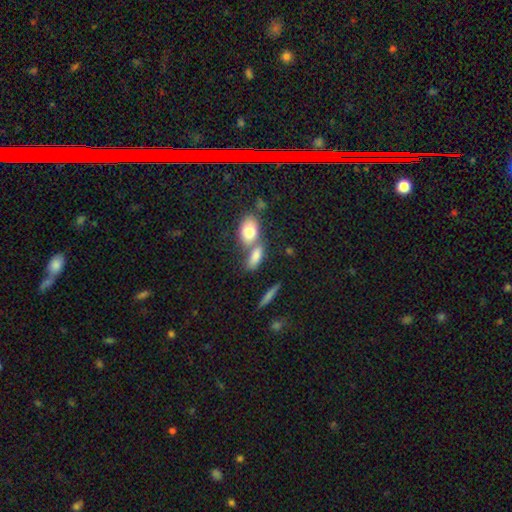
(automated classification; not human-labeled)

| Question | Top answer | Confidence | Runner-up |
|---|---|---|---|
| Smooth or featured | smooth | 78% | featured or disk (13%) |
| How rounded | in between | 77% | cigar-shaped (14%) |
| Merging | merger | 43% | none (42%) |